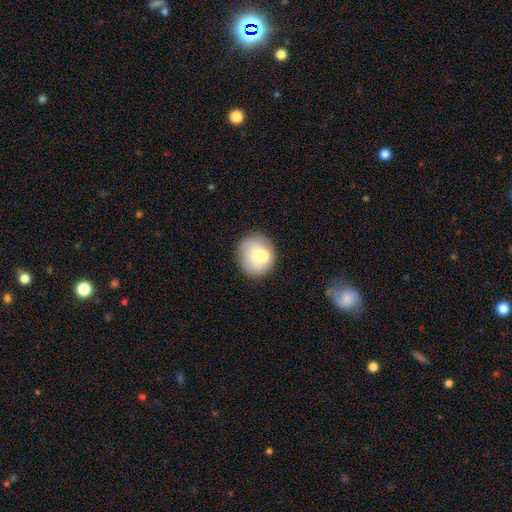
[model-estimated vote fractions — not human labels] Smooth or featured?
  - smooth: 61% *
  - featured or disk: 28%
  - star or artifact: 11%
How rounded?
  - round: 76% *
  - in between: 23%
  - cigar-shaped: 1%
Merging?
  - none: 63% *
  - minor disturbance: 20%
  - major disturbance: 9%
  - merger: 8%